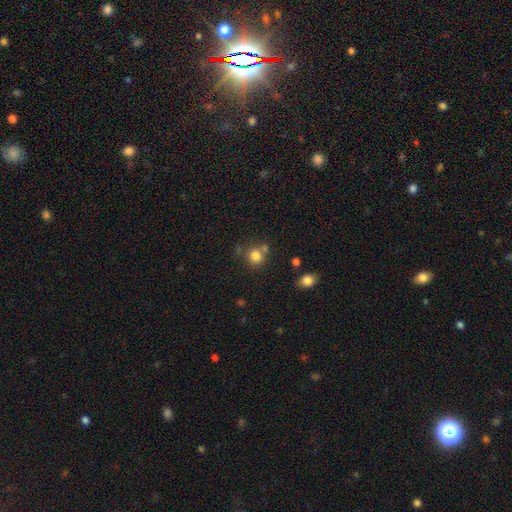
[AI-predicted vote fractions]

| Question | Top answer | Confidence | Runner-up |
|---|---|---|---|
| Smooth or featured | smooth | 81% | star or artifact (12%) |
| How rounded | round | 88% | in between (11%) |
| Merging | none | 64% | merger (21%) |